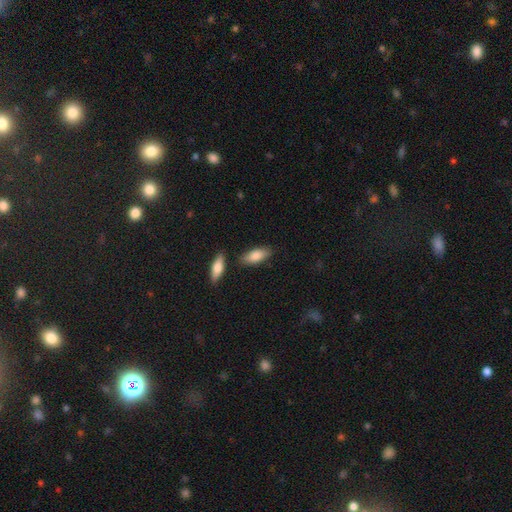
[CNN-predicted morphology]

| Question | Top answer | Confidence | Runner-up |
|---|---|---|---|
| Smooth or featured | smooth | 84% | featured or disk (10%) |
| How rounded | in between | 81% | cigar-shaped (17%) |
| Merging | none | 79% | minor disturbance (12%) |